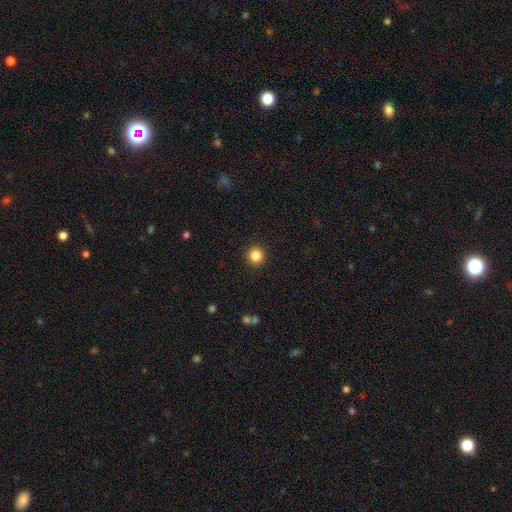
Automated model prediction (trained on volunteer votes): smooth 85%, star or artifact 11%, featured or disk 5%. Down the decision tree: how rounded — round (95%); merging — none (93%).